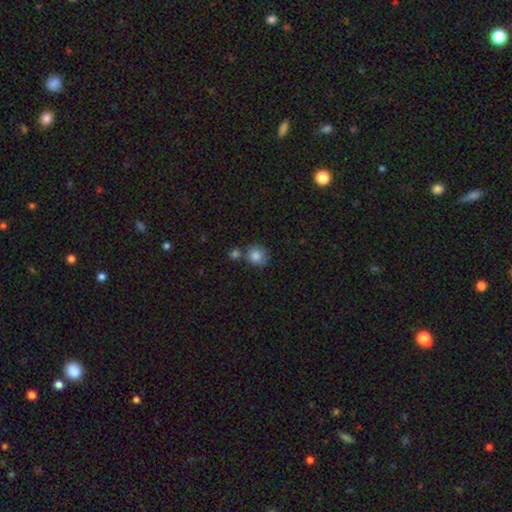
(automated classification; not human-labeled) This appears to be a smooth galaxy with no disk features (86%) that is round (83%). Merging: none (62%).